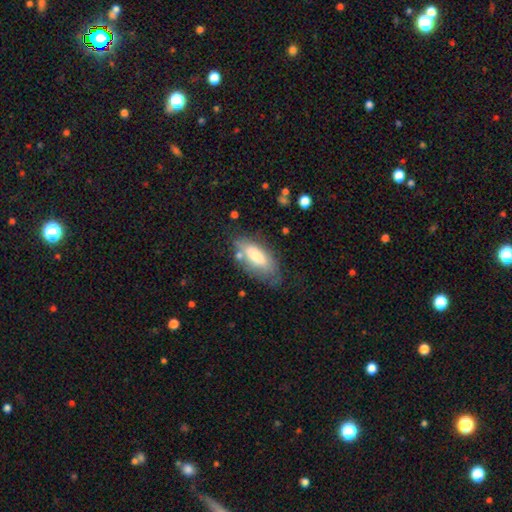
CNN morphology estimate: Overall: smooth (67%). How rounded: in between (84%). Merging: none (60%; minor disturbance 24%).